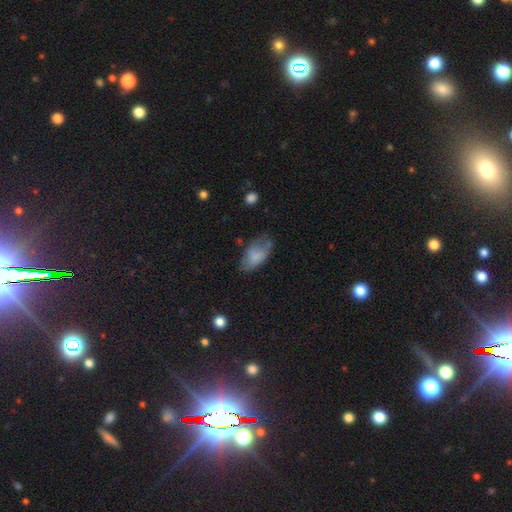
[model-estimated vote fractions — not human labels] Smooth or featured? smooth (74%)
How rounded? in between (93%)
Merging? none (52%)